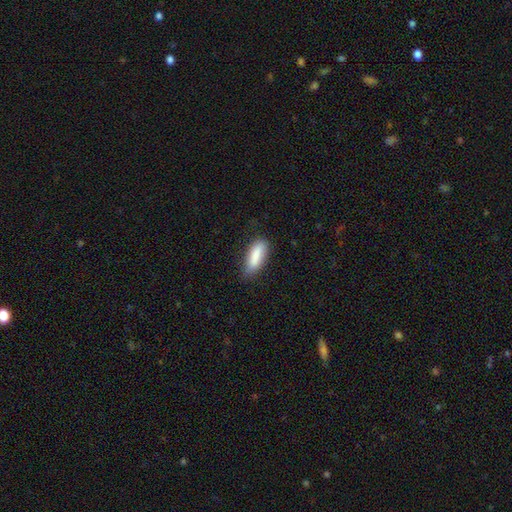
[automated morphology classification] type=smooth (85%); roundness=in between (62%); merging=none (74%).